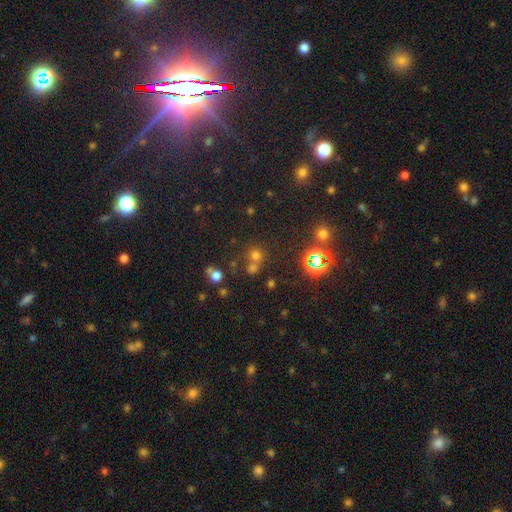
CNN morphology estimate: Overall: smooth (53%; star or artifact 37%). How rounded: round (86%). Merging: none (55%; merger 33%).